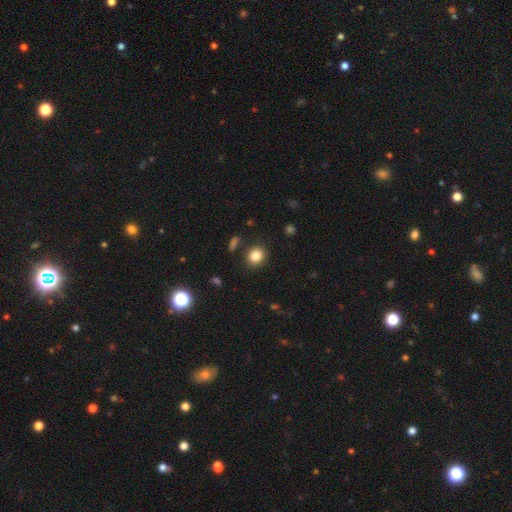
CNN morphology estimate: A smooth galaxy with no disk features (84%) that is round (66%).

Vote fractions:
- Smooth or featured? smooth: 84% / star or artifact: 11% / featured or disk: 5%
- How rounded? round: 66% / in between: 33% / cigar-shaped: 1%
- Merging? none: 86% / minor disturbance: 9% / major disturbance: 3% / merger: 3%